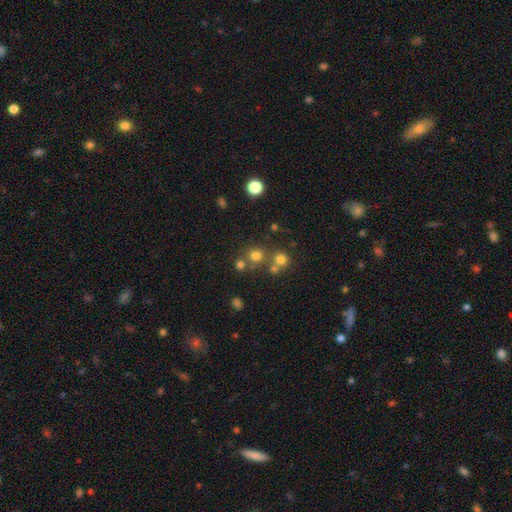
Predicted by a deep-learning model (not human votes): smooth 71%, star or artifact 20%, featured or disk 9%. Down the decision tree: how rounded — round (89%); merging — none (66%).